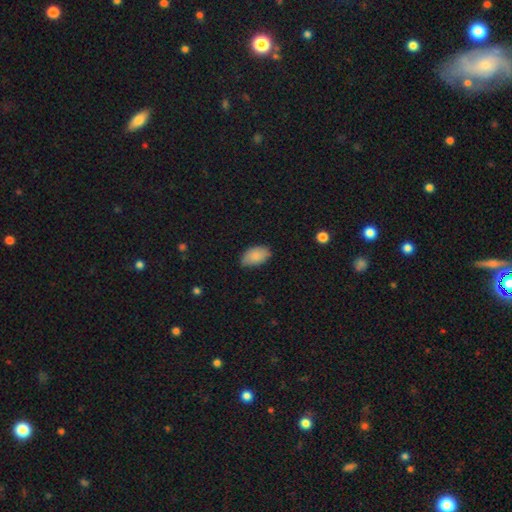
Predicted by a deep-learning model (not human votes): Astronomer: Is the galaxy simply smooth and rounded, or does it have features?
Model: smooth — 86%.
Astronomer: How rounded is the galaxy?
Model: in between — 94%.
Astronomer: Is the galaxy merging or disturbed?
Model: none — 74%.